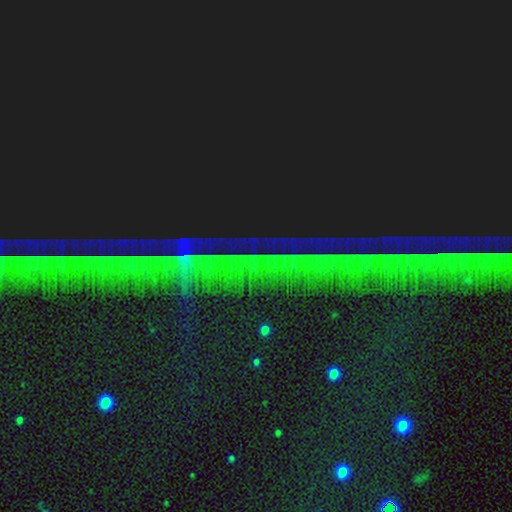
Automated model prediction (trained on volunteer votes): This appears to be a star or artifact, not a galaxy (88%).